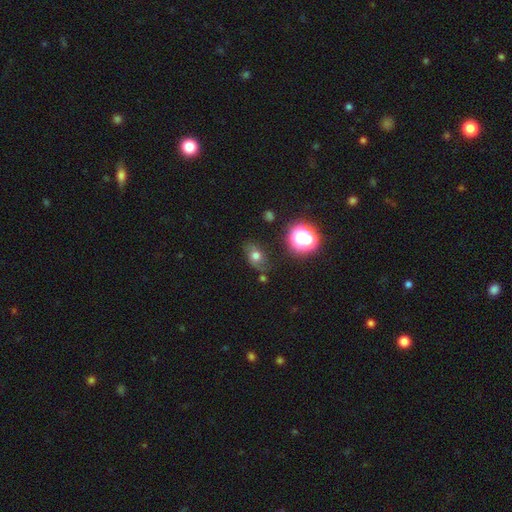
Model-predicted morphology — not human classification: Smooth or featured? smooth (58%)
How rounded? in between (64%)
Merging? none (67%)